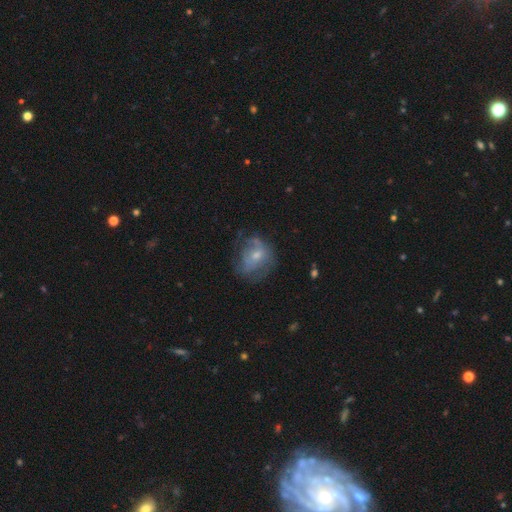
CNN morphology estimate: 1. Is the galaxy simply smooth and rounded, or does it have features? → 51% featured or disk, 39% smooth, 10% star or artifact.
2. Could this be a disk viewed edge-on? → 97% no, 3% yes.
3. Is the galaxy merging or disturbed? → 47% none, 27% minor disturbance, 25% major disturbance, 2% merger.